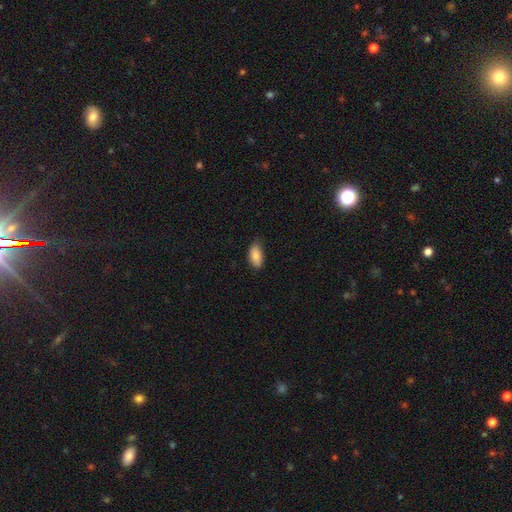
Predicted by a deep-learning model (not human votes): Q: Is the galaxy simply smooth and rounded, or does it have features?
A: smooth — 86%.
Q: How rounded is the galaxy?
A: in between — 92%.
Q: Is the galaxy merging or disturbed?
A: none — 76%.